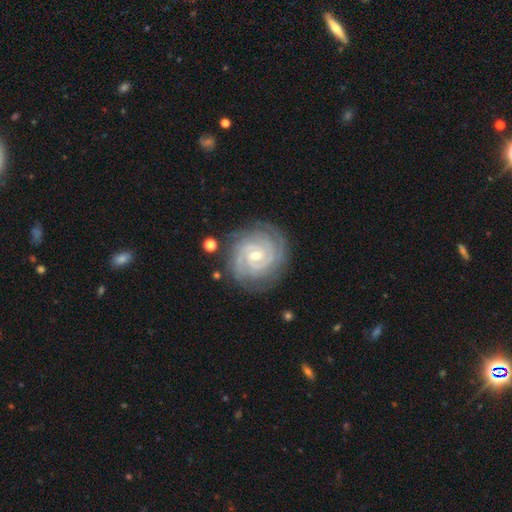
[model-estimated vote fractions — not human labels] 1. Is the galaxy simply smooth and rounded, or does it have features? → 91% featured or disk, 5% star or artifact, 4% smooth.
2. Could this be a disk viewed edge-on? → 98% no, 2% yes.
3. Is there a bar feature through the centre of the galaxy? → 43% no, 42% weak, 16% strong.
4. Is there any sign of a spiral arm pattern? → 98% yes, 2% no.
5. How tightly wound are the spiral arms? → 83% tight, 15% medium, 2% loose.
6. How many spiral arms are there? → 33% 2, 26% 3, 15% 4, 14% can't tell, 6% more than 4, 6% 1.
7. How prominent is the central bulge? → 59% small, 38% moderate, 1% large, 1% none, 1% dominant.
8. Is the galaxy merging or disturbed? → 82% none, 13% minor disturbance, 4% major disturbance, 2% merger.